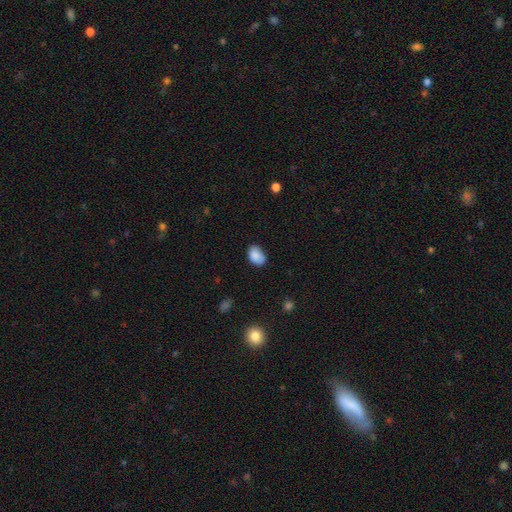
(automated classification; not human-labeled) Smooth or featured? smooth (87%)
How rounded? in between (83%)
Merging? none (71%)